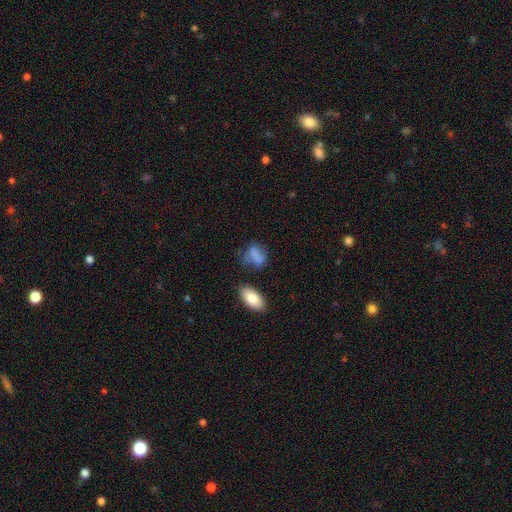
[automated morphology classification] Overall: smooth (75%). How rounded: in between (70%). Merging: none (50%; minor disturbance 25%).